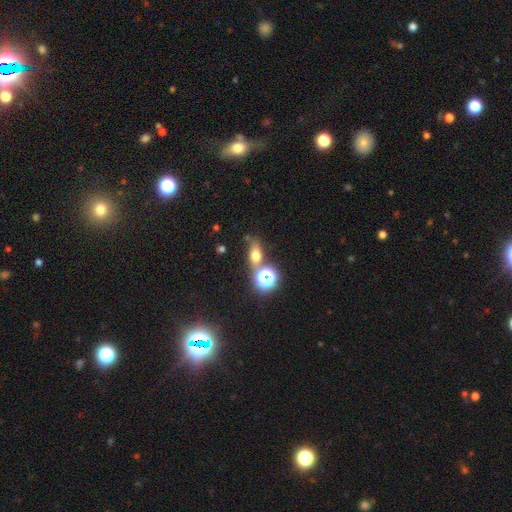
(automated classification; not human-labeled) This is possibly a smooth galaxy (59%). How rounded: possibly in between (59%). Merging: possibly none (58%).